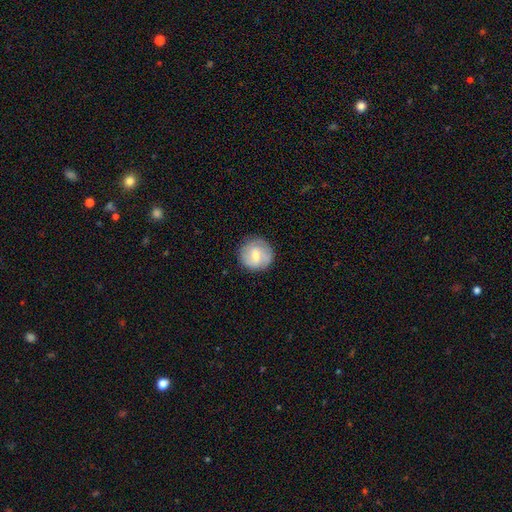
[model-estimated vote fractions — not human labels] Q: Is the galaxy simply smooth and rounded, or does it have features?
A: smooth — 61%.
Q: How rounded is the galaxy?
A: round — 93%.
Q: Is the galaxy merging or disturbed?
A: none — 86%.